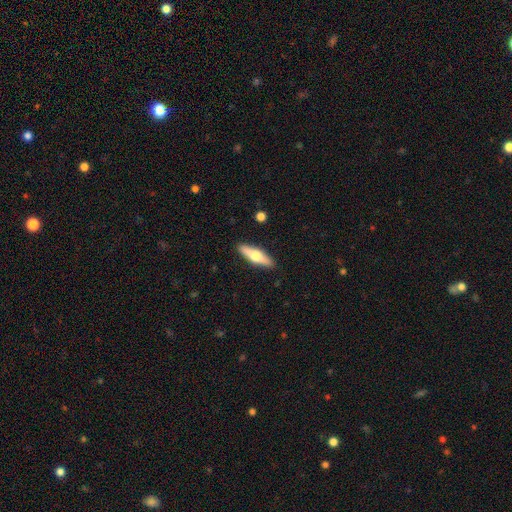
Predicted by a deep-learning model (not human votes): A featured or disk galaxy (48%). Merging: none (89%).